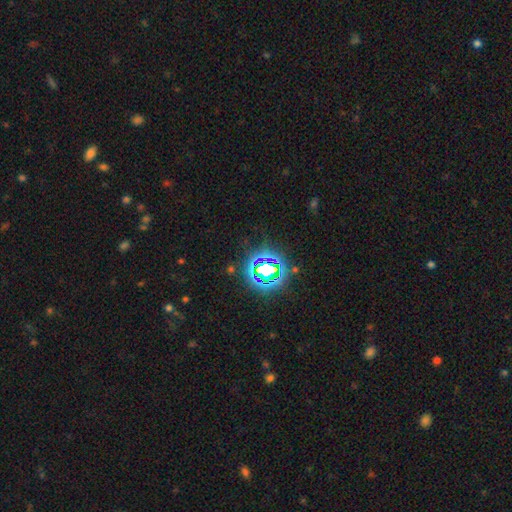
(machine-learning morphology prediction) type=star or artifact (79%).